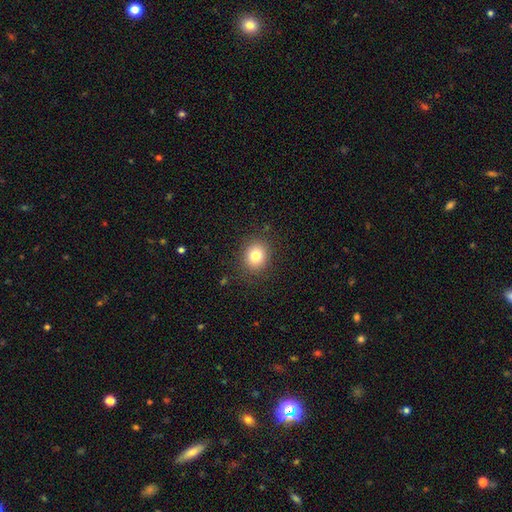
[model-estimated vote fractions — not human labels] A smooth galaxy with no disk features (81%) that is round (75%).

Vote fractions:
- Smooth or featured? smooth: 81% / star or artifact: 11% / featured or disk: 8%
- How rounded? round: 75% / in between: 24% / cigar-shaped: 1%
- Merging? none: 88% / minor disturbance: 8% / major disturbance: 3% / merger: 1%